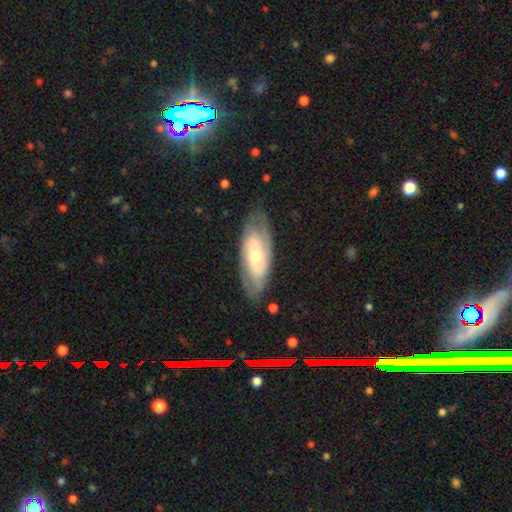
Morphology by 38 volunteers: smooth-or-featured: featured or disk: 68% | smooth: 24% | star or artifact: 8%
  disk-edge-on: no: 96% | yes: 4%
    bar: no: 48% | weak: 32% | strong: 20%
    has-spiral-arms: yes: 100% | no: 0%
      spiral-winding: tight: 56% | medium: 32% | loose: 12%
      spiral-arm-count: 2: 76% | can't tell: 16% | 3: 8% | 1: 0% | 4: 0% | more than 4: 0%
    bulge-size: moderate: 52% | small: 44% | large: 4% | dominant: 0% | none: 0%
  merging: none: 86% | minor disturbance: 9% | major disturbance: 3% | merger: 3%